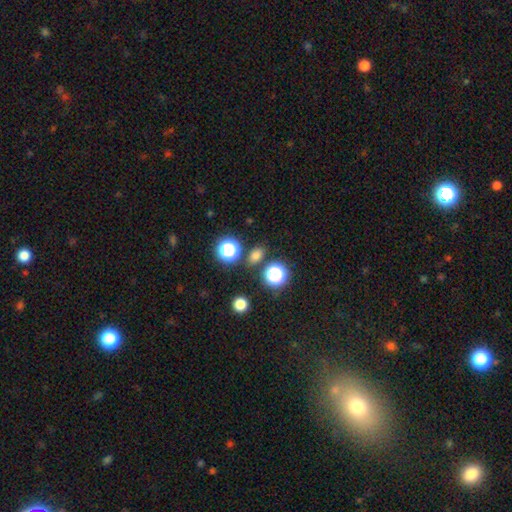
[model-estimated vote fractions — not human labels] Smooth or featured? smooth (69%)
How rounded? round (49%, tied with in between)
Merging? none (82%)